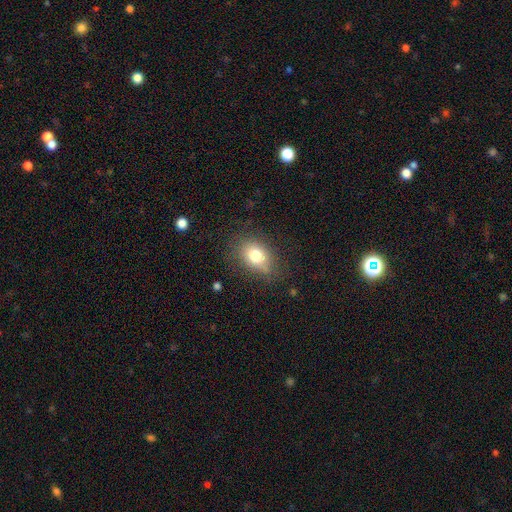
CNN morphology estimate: The model was most divided on "how rounded": in between: 65%, round: 33%, cigar-shaped: 1%. More confident: smooth or featured — smooth (77%); merging — none (71%).